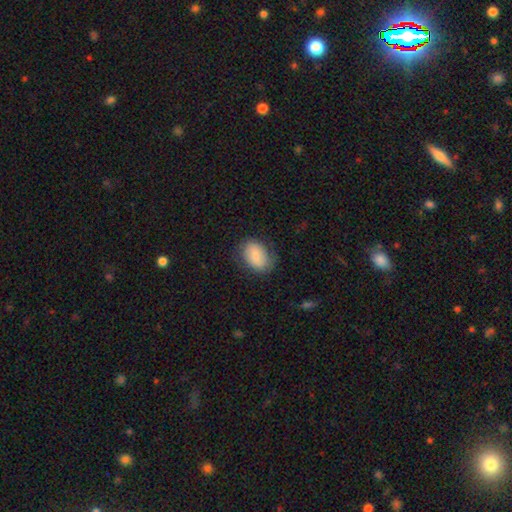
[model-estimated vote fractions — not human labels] A smooth galaxy with no disk features (80%) that is in between round and cigar-shaped (79%).

Vote fractions:
- Smooth or featured? smooth: 80% / featured or disk: 13% / star or artifact: 7%
- How rounded? in between: 79% / round: 20% / cigar-shaped: 1%
- Merging? none: 75% / minor disturbance: 18% / major disturbance: 6% / merger: 1%